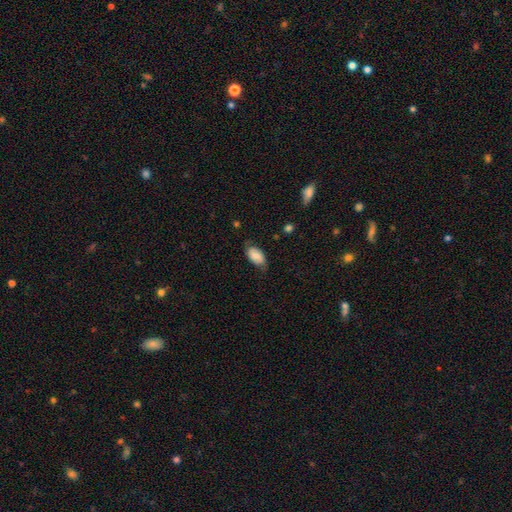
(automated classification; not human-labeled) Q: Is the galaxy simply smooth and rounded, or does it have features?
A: smooth — 64%.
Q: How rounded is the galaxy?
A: in between — 93%.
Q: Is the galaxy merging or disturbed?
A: none — 63%.